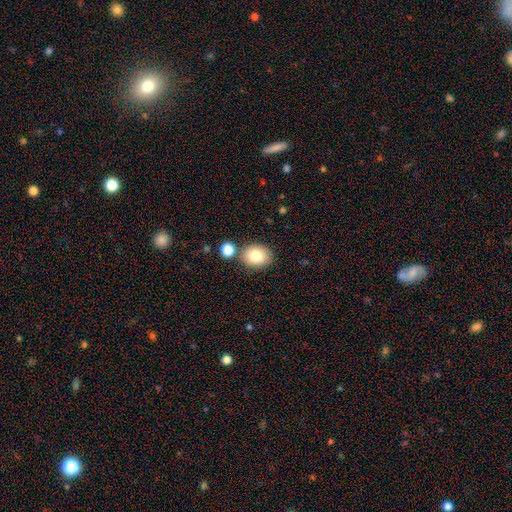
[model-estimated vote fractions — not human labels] The model was most divided on "how rounded": in between: 54%, round: 45%, cigar-shaped: 1%. More confident: smooth or featured — smooth (81%); merging — none (78%).